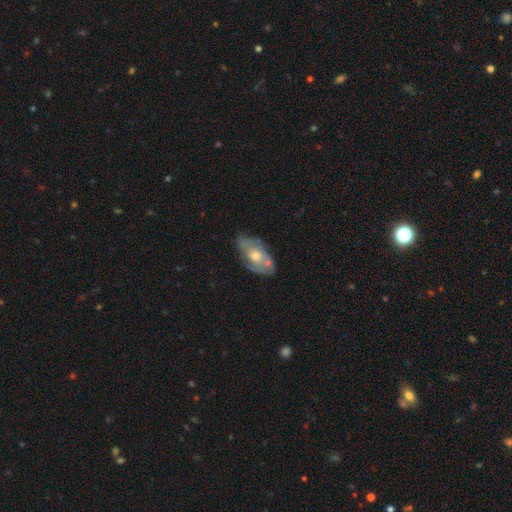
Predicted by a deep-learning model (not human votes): smooth_or_featured: featured or disk (p=0.59) [alt: smooth p=0.35]
disk_edge_on: no (p=0.89) [alt: yes p=0.11]
bar: no (p=0.80) [alt: weak p=0.17]
has_spiral_arms: yes (p=0.52) [alt: no p=0.48]
bulge_size: moderate (p=0.68) [alt: small p=0.16]
merging: none (p=0.59) [alt: minor disturbance p=0.27]